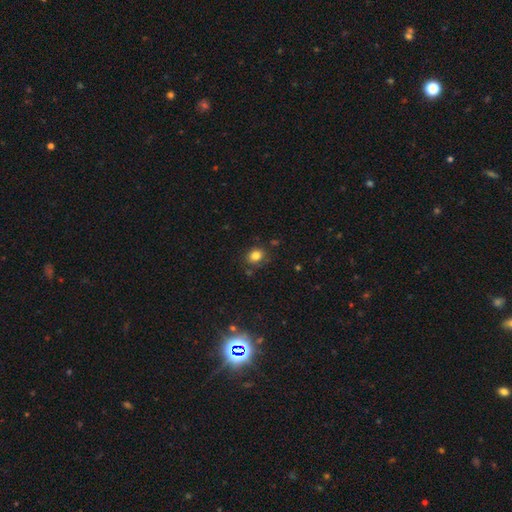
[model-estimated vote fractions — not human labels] Smooth or featured: smooth — 81% (star or artifact — 12%)
How rounded: round — 57% (in between — 42%)
Merging: none — 80% (minor disturbance — 13%)